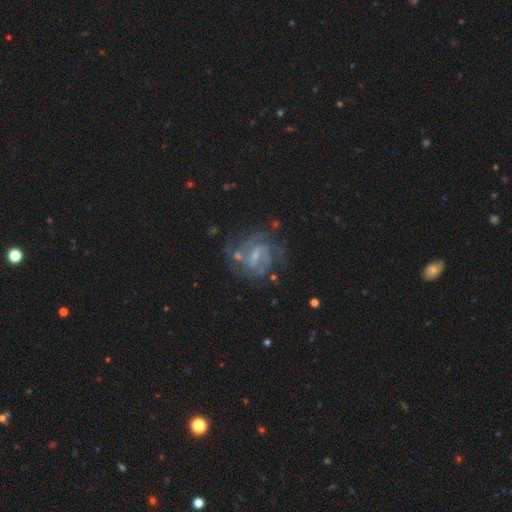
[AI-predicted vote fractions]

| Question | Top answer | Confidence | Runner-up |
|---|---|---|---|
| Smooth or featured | featured or disk | 80% | smooth (12%) |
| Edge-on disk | no | 97% | yes (3%) |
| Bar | weak | 54% | strong (27%) |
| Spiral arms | yes | 87% | no (13%) |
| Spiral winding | medium | 43% | tight (40%) |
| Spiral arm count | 2 | 38% | can't tell (31%) |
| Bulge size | small | 52% | moderate (29%) |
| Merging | none | 58% | minor disturbance (20%) |